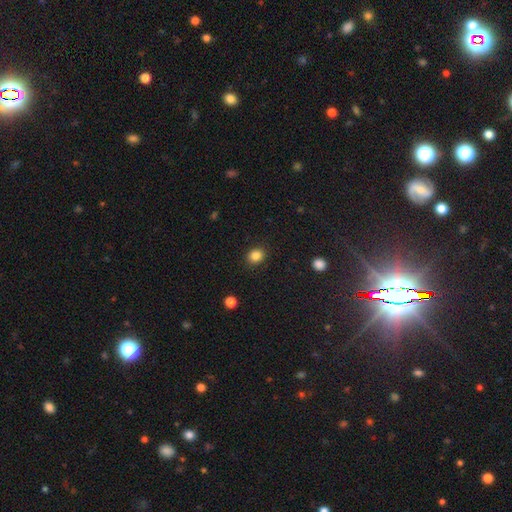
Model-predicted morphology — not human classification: Smooth or featured? smooth (85%)
How rounded? round (64%)
Merging? none (89%)